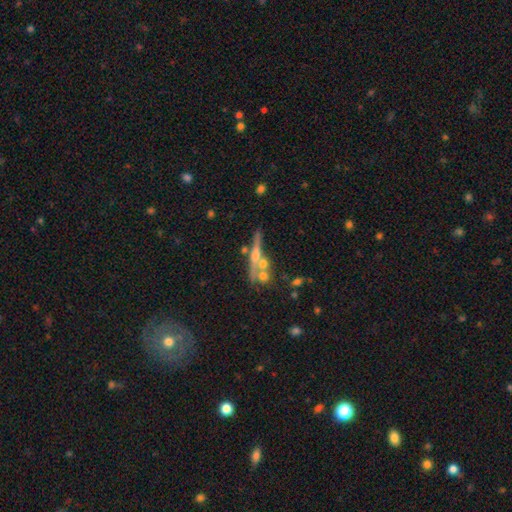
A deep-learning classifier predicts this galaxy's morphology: The model was most divided on "merging": none: 57%, merger: 25%, minor disturbance: 12%, major disturbance: 6%. More confident: edge-on disk — yes (88%); edge-on bulge — rounded (75%); smooth or featured — featured or disk (64%).